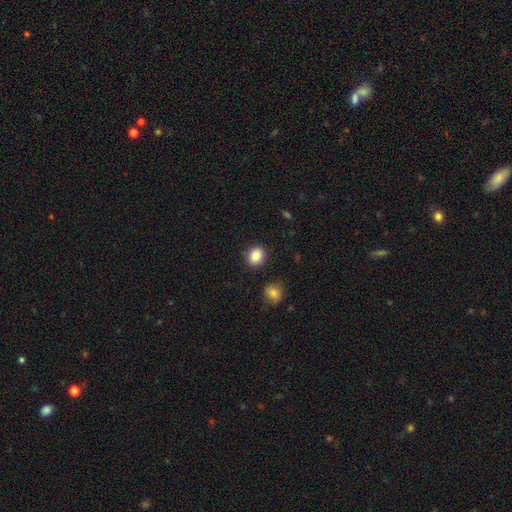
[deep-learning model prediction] The model was most divided on "how rounded": round: 69%, in between: 30%, cigar-shaped: 1%. More confident: merging — none (87%); smooth or featured — smooth (87%).